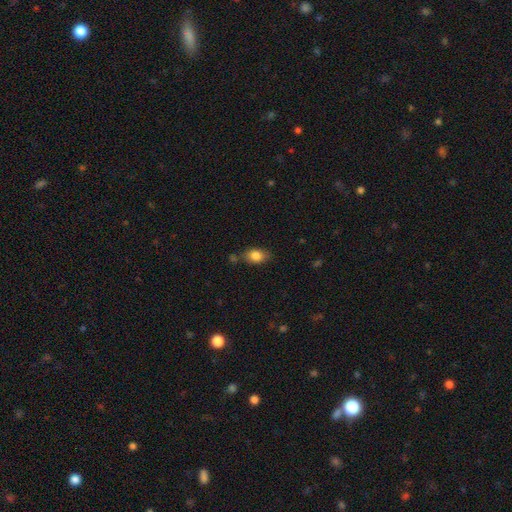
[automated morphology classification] This is clearly a smooth galaxy (84%). How rounded: likely in between (78%). Merging: likely none (69%).